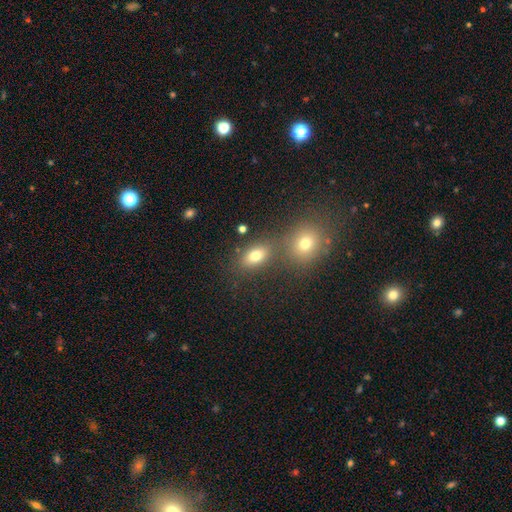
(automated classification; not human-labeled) A smooth galaxy with no disk features (75%) that is in between round and cigar-shaped (76%).

Vote fractions:
- Smooth or featured? smooth: 75% / star or artifact: 14% / featured or disk: 11%
- How rounded? in between: 76% / round: 21% / cigar-shaped: 3%
- Merging? none: 61% / merger: 24% / minor disturbance: 10% / major disturbance: 4%